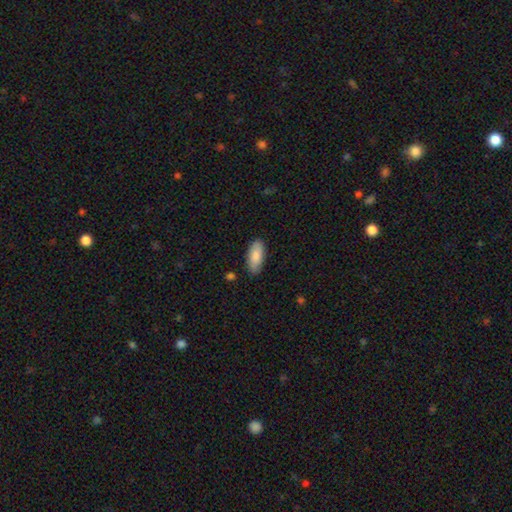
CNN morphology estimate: type=smooth (86%); roundness=in between (83%); merging=none (84%).